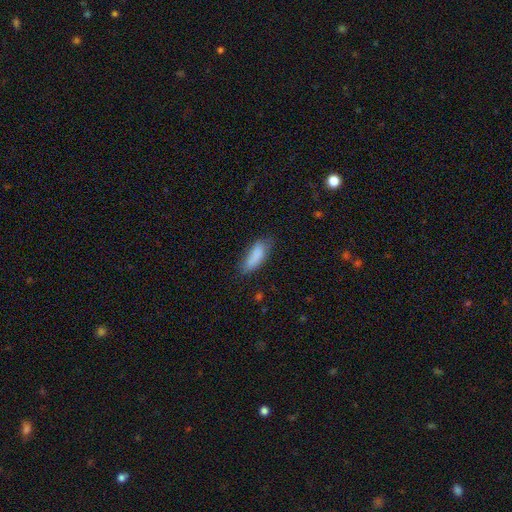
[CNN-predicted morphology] The model was most divided on "how rounded": in between: 66%, cigar-shaped: 32%, round: 2%. More confident: smooth or featured — smooth (84%); merging — none (62%).